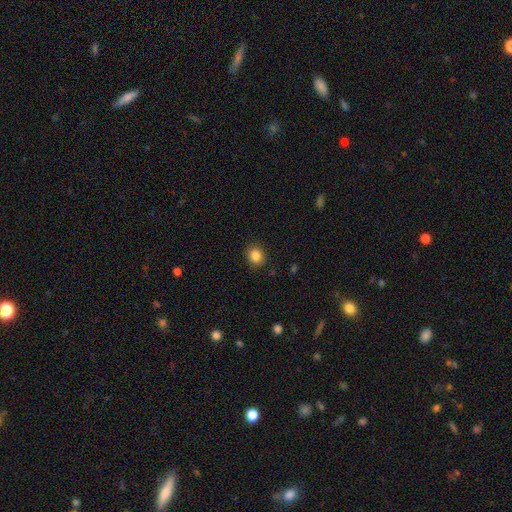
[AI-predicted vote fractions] smooth 85%, star or artifact 10%, featured or disk 5%. Down the decision tree: how rounded — round (72%); merging — none (90%).